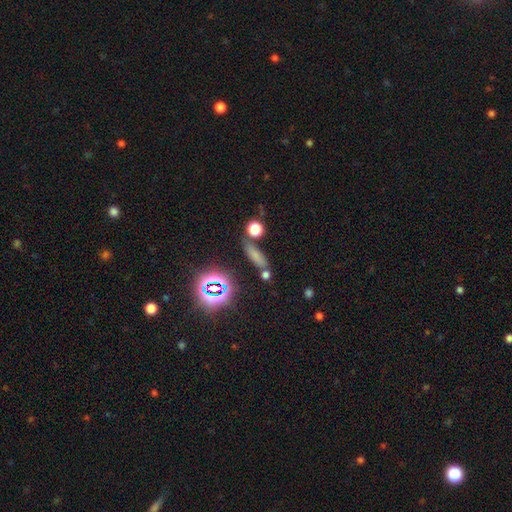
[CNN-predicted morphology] smooth_or_featured: smooth (p=0.64) [alt: star or artifact p=0.24]
how_rounded: cigar-shaped (p=0.57) [alt: in between p=0.33]
merging: none (p=0.72) [alt: minor disturbance p=0.13]